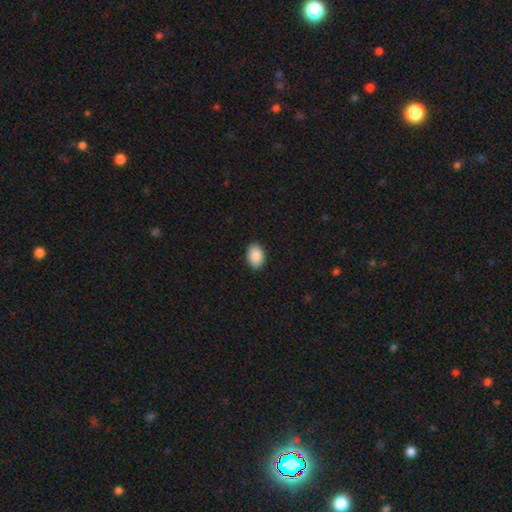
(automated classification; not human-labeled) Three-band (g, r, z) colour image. It shows a smooth galaxy with no disk features (90%) that is in between round and cigar-shaped (84%). Merging: none (89%).